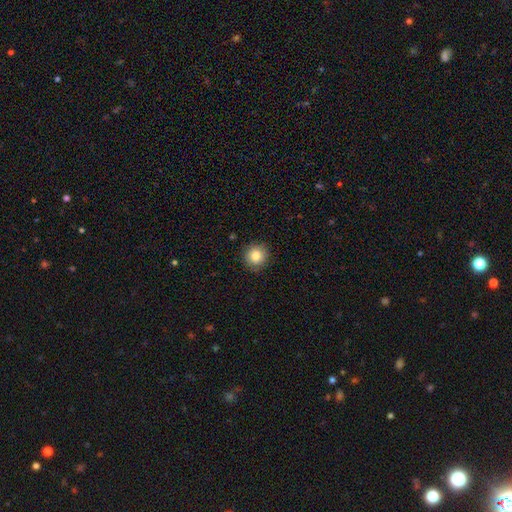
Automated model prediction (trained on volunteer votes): The model was most divided on "smooth or featured": smooth: 84%, star or artifact: 9%, featured or disk: 7%. More confident: how rounded — round (91%); merging — none (88%).